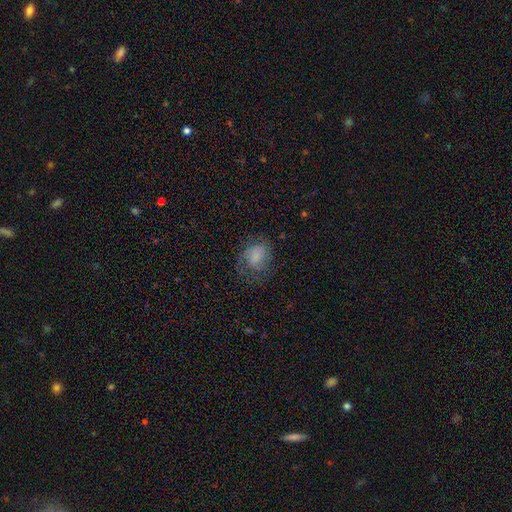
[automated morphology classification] smooth 59%, featured or disk 31%, star or artifact 10%. Down the decision tree: how rounded — in between (58%); merging — none (54%).